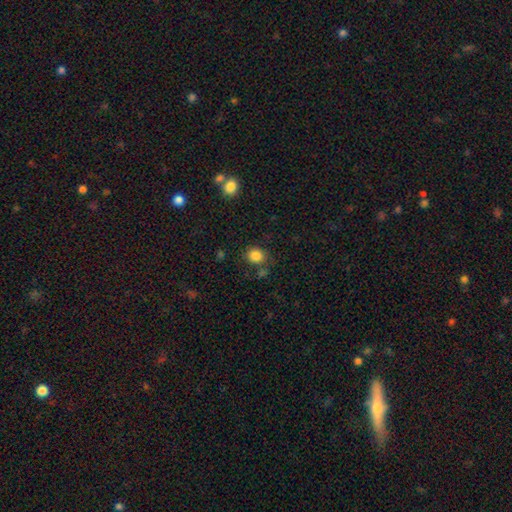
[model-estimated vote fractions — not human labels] Morphology: type=smooth (84%); roundness=round (77%); merging=none (75%).